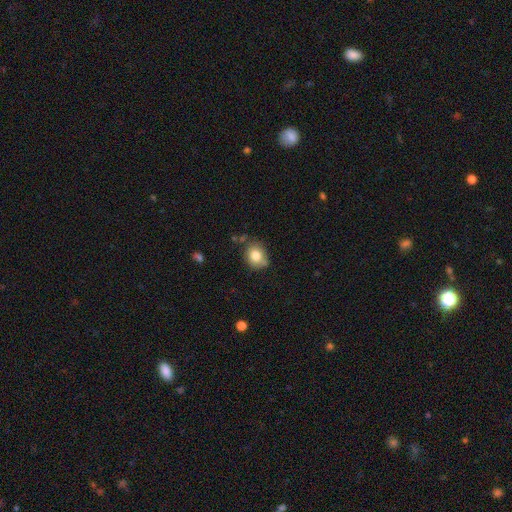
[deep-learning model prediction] The model was most divided on "how rounded": round: 57%, in between: 42%, cigar-shaped: 1%. More confident: smooth or featured — smooth (80%); merging — none (67%).